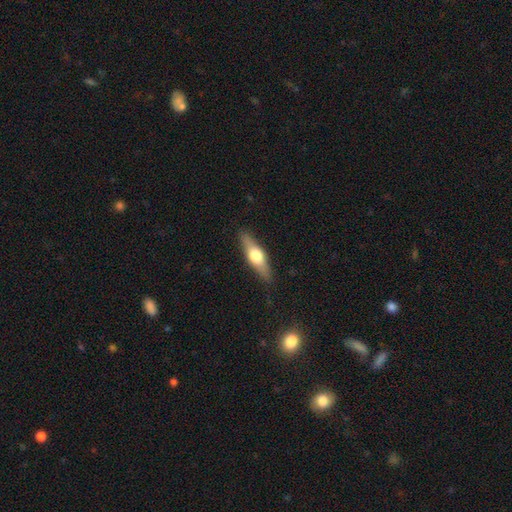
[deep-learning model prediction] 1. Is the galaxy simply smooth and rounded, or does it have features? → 52% featured or disk, 42% smooth, 6% star or artifact.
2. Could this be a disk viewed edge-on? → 91% yes, 9% no.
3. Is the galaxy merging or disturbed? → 87% none, 10% minor disturbance, 2% major disturbance, 1% merger.